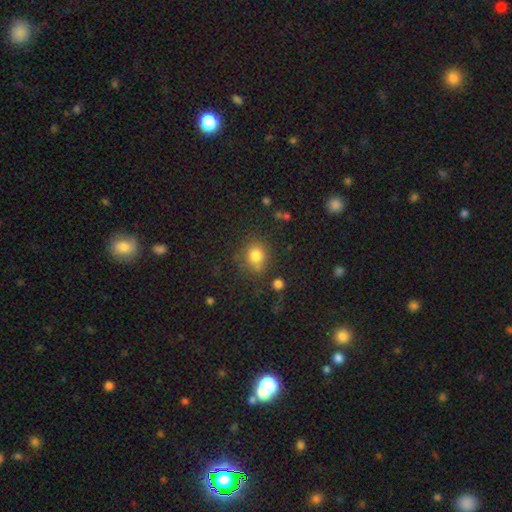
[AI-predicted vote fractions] Overall: smooth (79%). How rounded: round (73%). Merging: none (71%).